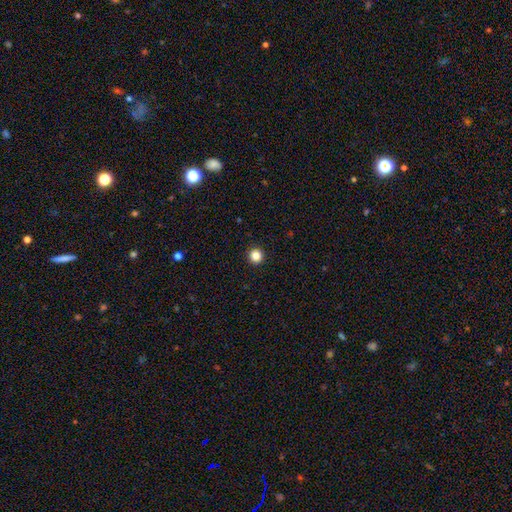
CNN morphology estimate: Smooth or featured? Predicted: smooth (p=0.84). How rounded? Predicted: round (p=0.96). Merging? Predicted: none (p=0.94).